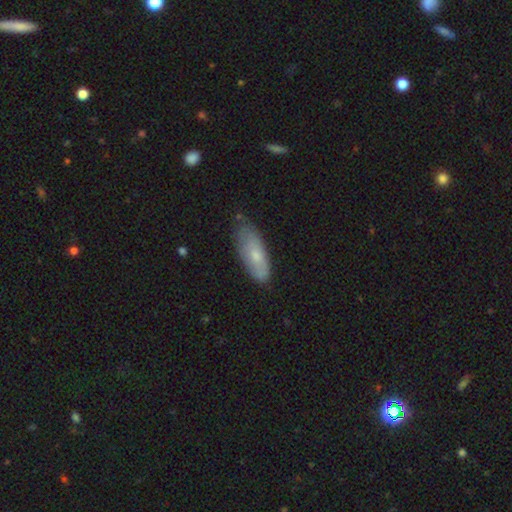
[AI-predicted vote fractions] This appears to be a smooth galaxy with no disk features (68%) that is in between round and cigar-shaped (71%). Merging: none (61%).